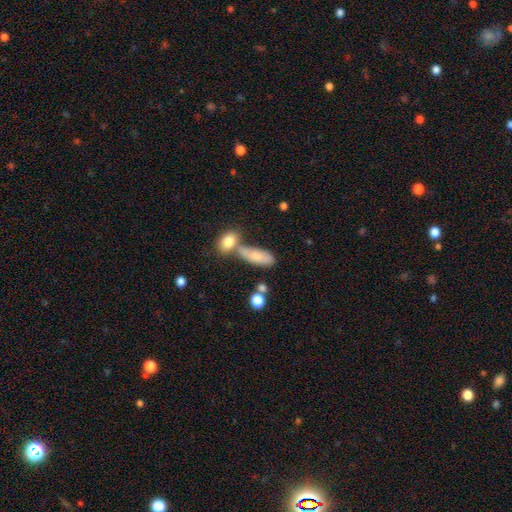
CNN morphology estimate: Overall: smooth (73%). How rounded: in between (70%). Merging: none (40%; merger 39%).